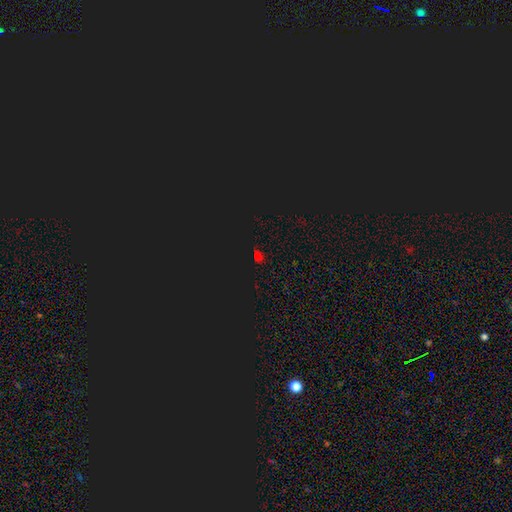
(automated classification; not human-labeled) Smooth or featured?
  - star or artifact: 70% *
  - smooth: 23%
  - featured or disk: 6%